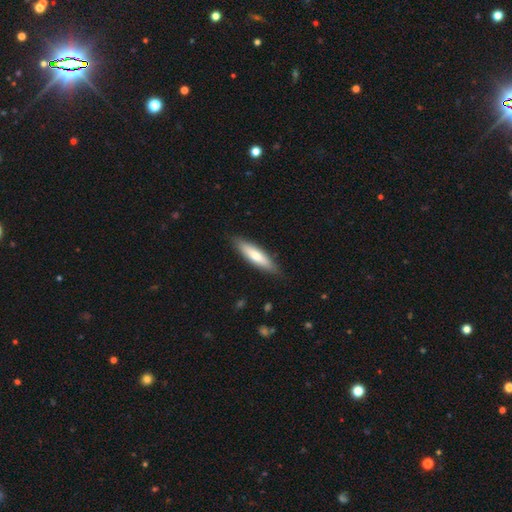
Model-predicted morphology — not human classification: Smooth or featured?
  - smooth: 67% *
  - featured or disk: 28%
  - star or artifact: 5%
How rounded?
  - cigar-shaped: 72% *
  - in between: 26%
  - round: 1%
Merging?
  - none: 85% *
  - minor disturbance: 11%
  - major disturbance: 2%
  - merger: 1%